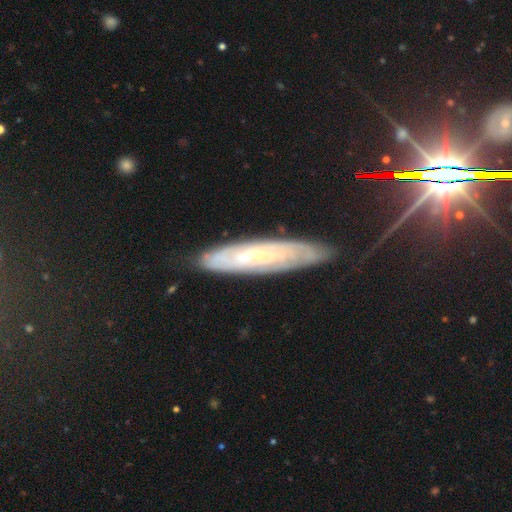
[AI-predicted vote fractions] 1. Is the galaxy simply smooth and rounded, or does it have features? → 68% featured or disk, 22% smooth, 10% star or artifact.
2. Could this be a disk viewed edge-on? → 62% no, 38% yes.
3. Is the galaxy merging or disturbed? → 83% none, 13% minor disturbance, 3% major disturbance, 2% merger.